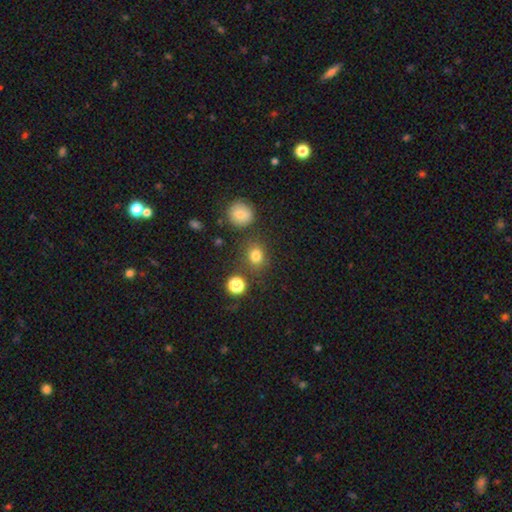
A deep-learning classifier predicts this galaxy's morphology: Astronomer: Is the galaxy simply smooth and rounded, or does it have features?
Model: smooth — 77%.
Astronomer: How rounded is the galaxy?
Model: round — 71%.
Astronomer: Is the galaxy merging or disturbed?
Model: none — 79%.